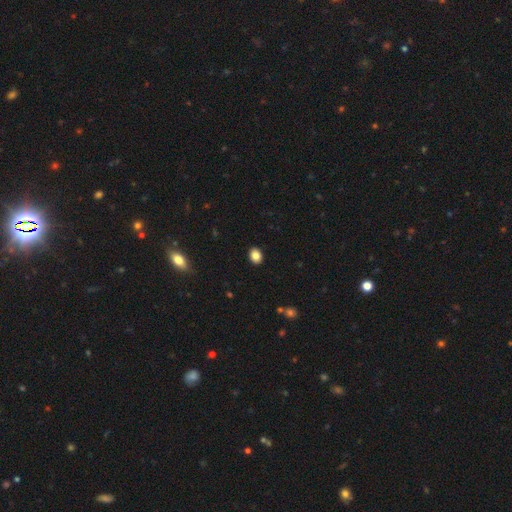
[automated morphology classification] smooth 85%, star or artifact 9%, featured or disk 6%. Down the decision tree: how rounded — in between (60%); merging — none (91%).